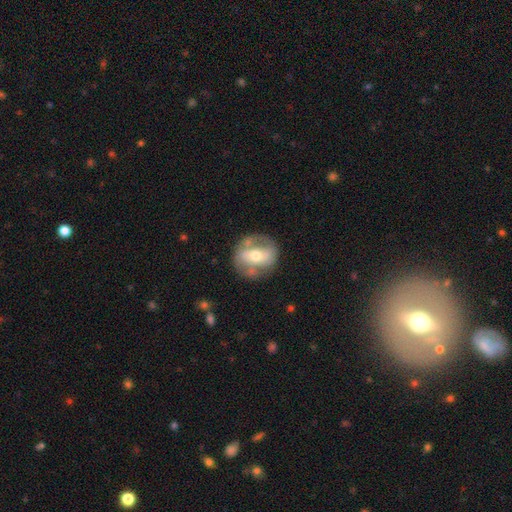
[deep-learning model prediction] smooth-or-featured: featured or disk: 62% | smooth: 32% | star or artifact: 6%
  disk-edge-on: no: 95% | yes: 5%
    bar: no: 38% | weak: 31% | strong: 31%
    has-spiral-arms: yes: 51% | no: 49%
    bulge-size: moderate: 66% | small: 25% | large: 7% | none: 1% | dominant: 1%
  merging: none: 69% | minor disturbance: 18% | major disturbance: 9% | merger: 3%